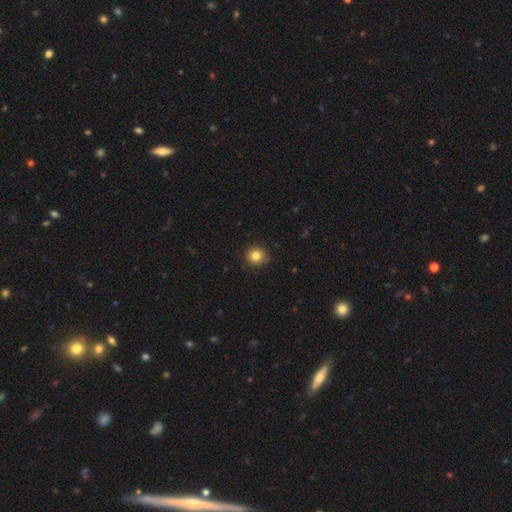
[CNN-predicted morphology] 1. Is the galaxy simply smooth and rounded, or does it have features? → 83% smooth, 11% star or artifact, 6% featured or disk.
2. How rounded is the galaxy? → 91% round, 8% in between, 1% cigar-shaped.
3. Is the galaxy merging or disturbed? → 87% none, 10% minor disturbance, 2% major disturbance, 1% merger.